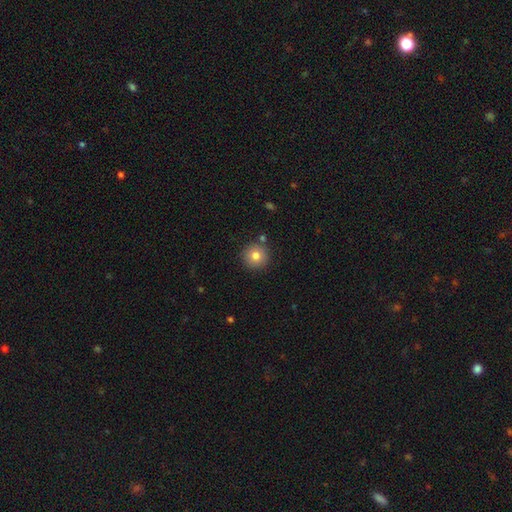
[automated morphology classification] A smooth galaxy with no disk features (81%) that is round (95%).

Vote fractions:
- Smooth or featured? smooth: 81% / star or artifact: 10% / featured or disk: 9%
- How rounded? round: 95% / in between: 4% / cigar-shaped: 1%
- Merging? none: 86% / minor disturbance: 7% / merger: 4% / major disturbance: 2%